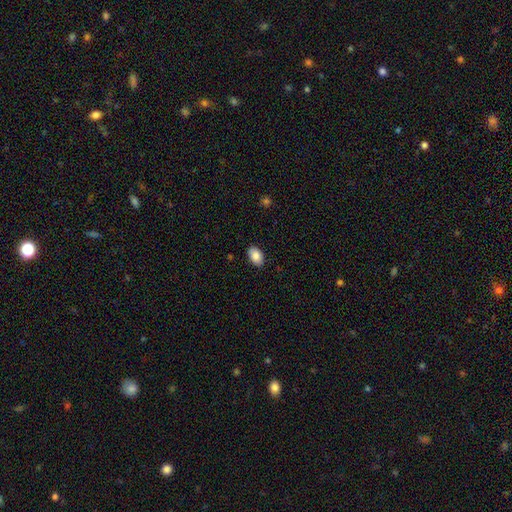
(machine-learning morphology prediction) smooth_or_featured: smooth (p=0.84) [alt: featured or disk p=0.09]
how_rounded: in between (p=0.90) [alt: round p=0.09]
merging: none (p=0.88) [alt: minor disturbance p=0.09]